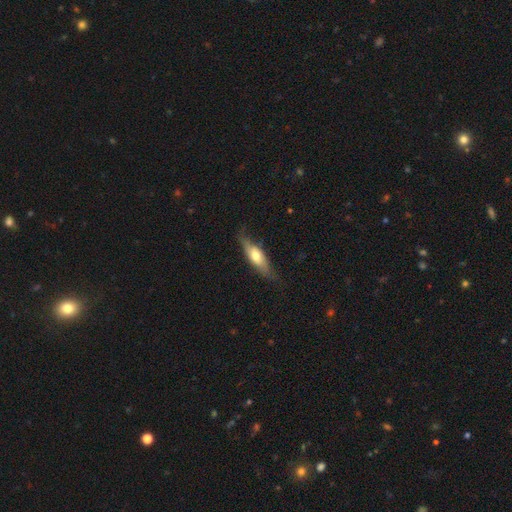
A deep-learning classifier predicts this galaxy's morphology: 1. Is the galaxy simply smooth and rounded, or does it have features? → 52% smooth, 42% featured or disk, 6% star or artifact.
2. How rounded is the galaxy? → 53% in between, 44% cigar-shaped, 3% round.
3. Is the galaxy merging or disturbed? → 66% none, 25% minor disturbance, 8% major disturbance, 2% merger.